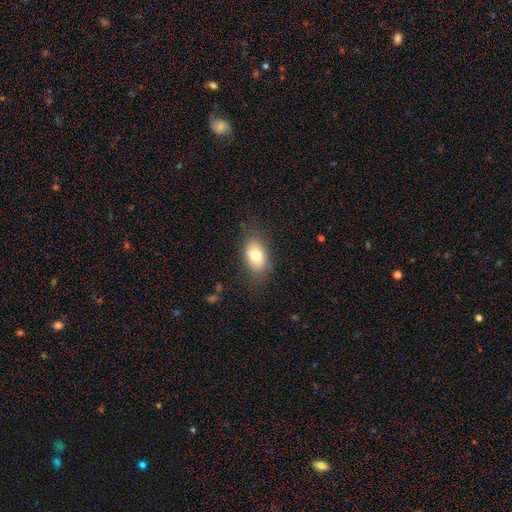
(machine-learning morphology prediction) This appears to be a smooth galaxy with no disk features (75%) that is in between round and cigar-shaped (86%). Merging: none (78%).